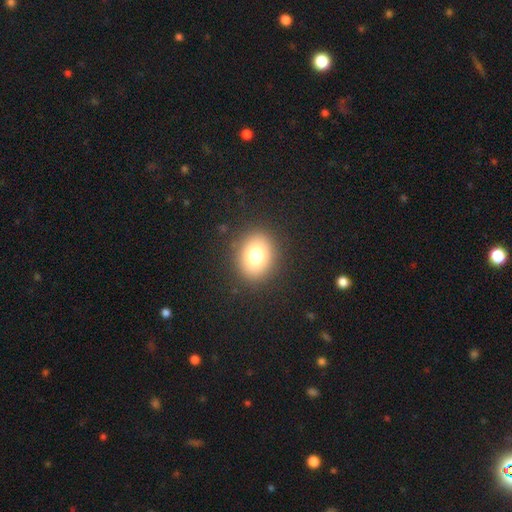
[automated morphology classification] type=smooth (75%); roundness=round (63%); merging=none (89%).